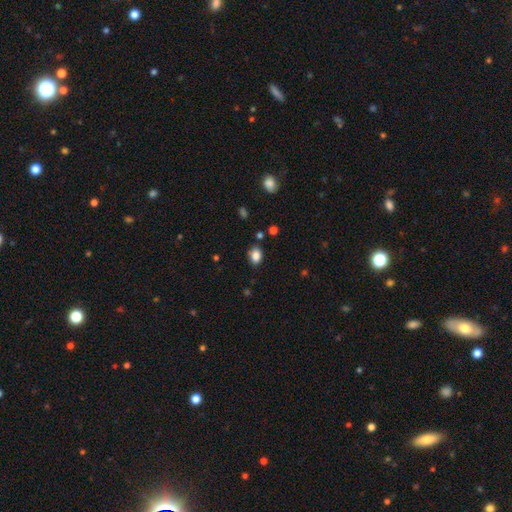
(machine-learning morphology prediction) A smooth galaxy with no disk features (85%) that is in between round and cigar-shaped (76%).

Vote fractions:
- Smooth or featured? smooth: 85% / star or artifact: 10% / featured or disk: 5%
- How rounded? in between: 76% / round: 23% / cigar-shaped: 1%
- Merging? none: 81% / minor disturbance: 14% / major disturbance: 3% / merger: 3%